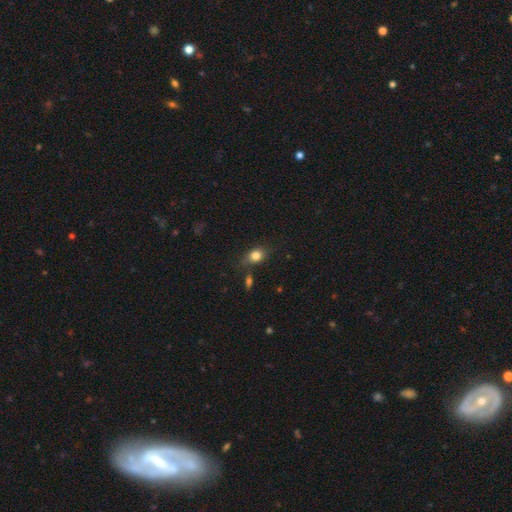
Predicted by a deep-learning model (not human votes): A smooth galaxy with no disk features (81%) that is in between round and cigar-shaped (58%).

Vote fractions:
- Smooth or featured? smooth: 81% / star or artifact: 10% / featured or disk: 9%
- How rounded? in between: 58% / round: 40% / cigar-shaped: 2%
- Merging? none: 69% / minor disturbance: 19% / merger: 6% / major disturbance: 6%